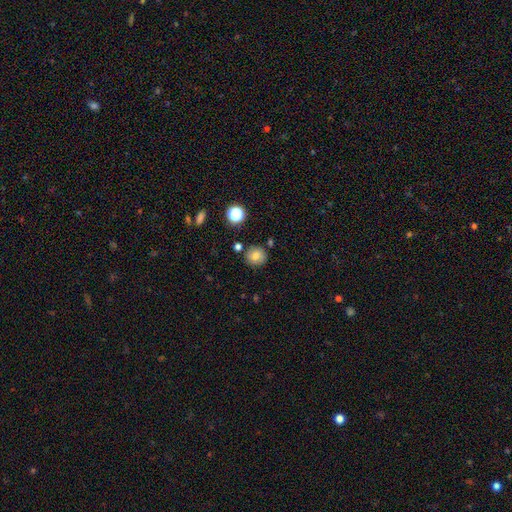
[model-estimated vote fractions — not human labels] smooth 77%, star or artifact 13%, featured or disk 9%. Down the decision tree: how rounded — round (90%); merging — none (82%).